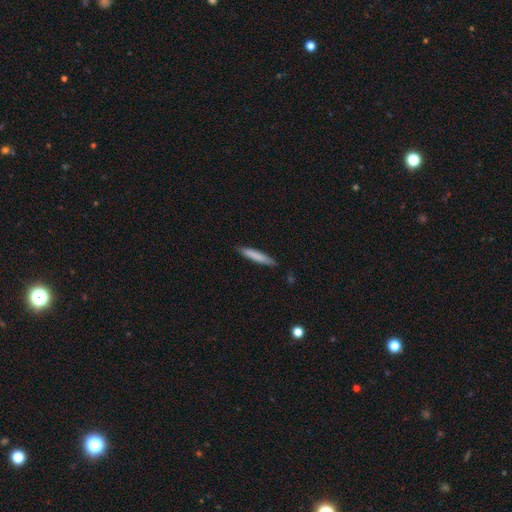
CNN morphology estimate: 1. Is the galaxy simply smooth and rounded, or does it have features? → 80% smooth, 15% featured or disk, 6% star or artifact.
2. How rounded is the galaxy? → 91% cigar-shaped, 8% in between, 1% round.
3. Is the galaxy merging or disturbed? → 85% none, 11% minor disturbance, 2% major disturbance, 1% merger.